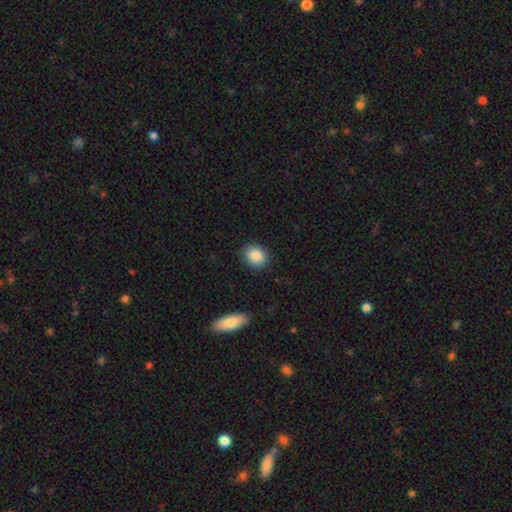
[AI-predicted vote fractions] Smooth or featured? smooth (86%)
How rounded? round (50%)
Merging? none (87%)